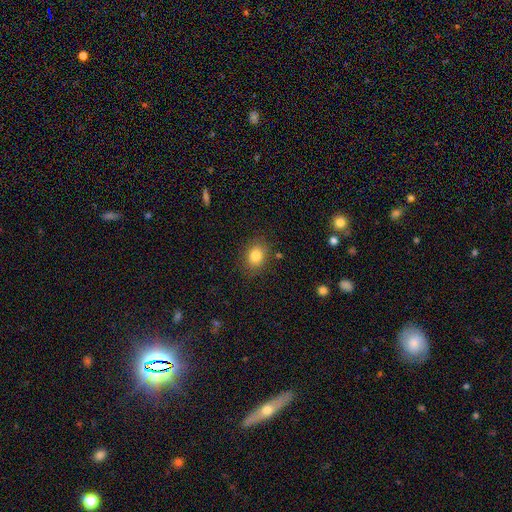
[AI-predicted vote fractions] Overall: smooth (82%). How rounded: in between (51%; round 48%). Merging: none (82%).